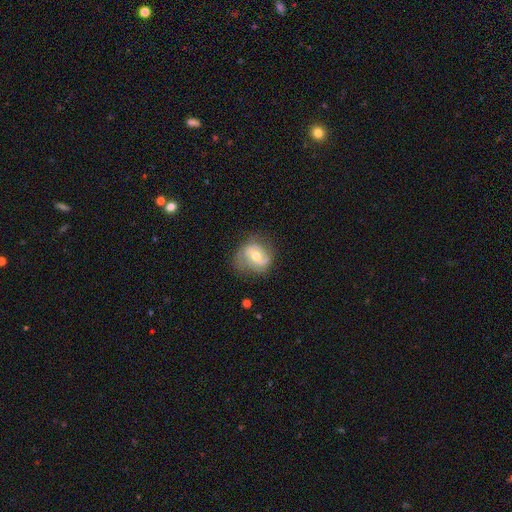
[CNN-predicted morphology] The model was most divided on "bar": no: 43%, weak: 41%, strong: 17%. More confident: edge-on disk — no (97%); bulge size — moderate (74%); spiral arms — yes (71%); smooth or featured — featured or disk (60%); merging — none (57%).